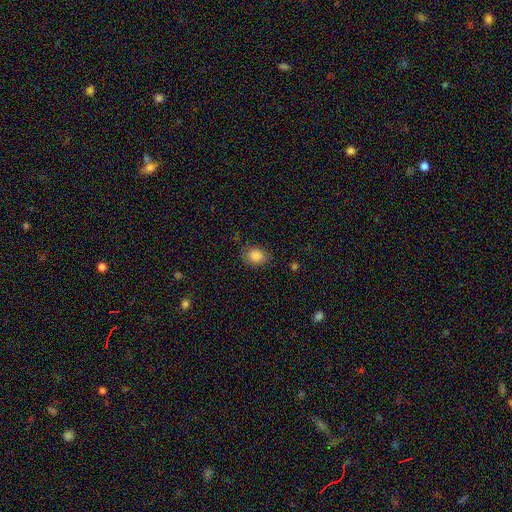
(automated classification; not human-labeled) Q: Smooth or featured?
A: smooth (85%); runner-up: star or artifact (10%)
Q: How rounded?
A: in between (64%); runner-up: round (35%)
Q: Merging?
A: none (78%); runner-up: minor disturbance (17%)